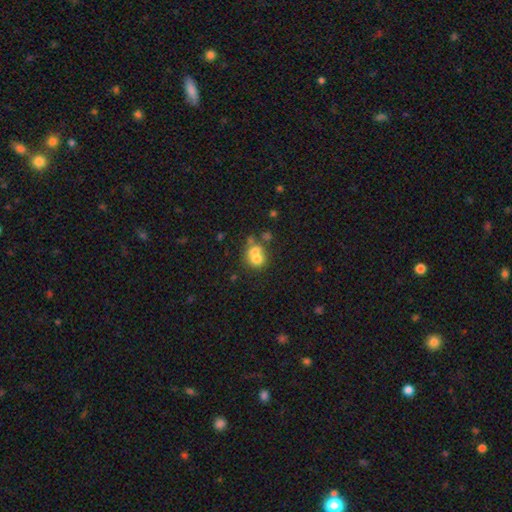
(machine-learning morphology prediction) smooth-or-featured: smooth: 63% | featured or disk: 24% | star or artifact: 12%
  how-rounded: round: 72% | in between: 27% | cigar-shaped: 1%
  merging: merger: 59% | none: 29% | minor disturbance: 7% | major disturbance: 5%